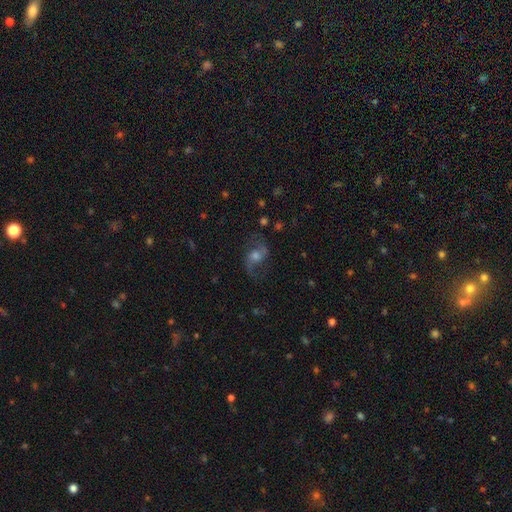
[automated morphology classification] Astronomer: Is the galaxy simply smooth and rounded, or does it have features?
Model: featured or disk — 72%.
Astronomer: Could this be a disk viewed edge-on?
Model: no — 96%.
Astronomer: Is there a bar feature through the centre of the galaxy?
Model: no — 54% (runner-up: weak, 36%).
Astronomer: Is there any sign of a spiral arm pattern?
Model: yes — 93%.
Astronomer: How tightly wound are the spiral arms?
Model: loose — 65%.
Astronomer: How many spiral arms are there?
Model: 2 — 90%.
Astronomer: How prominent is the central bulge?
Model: moderate — 56%.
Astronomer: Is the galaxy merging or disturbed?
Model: none — 71%.